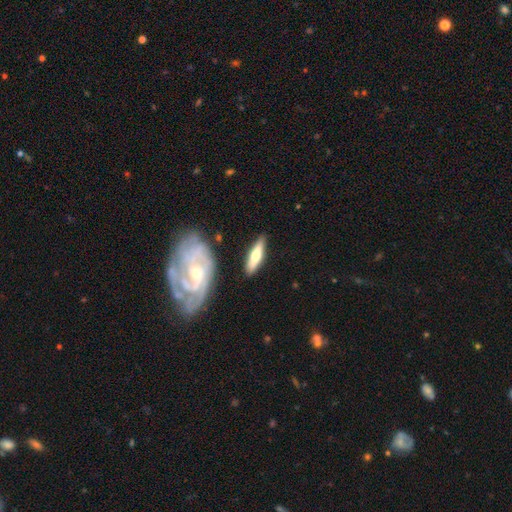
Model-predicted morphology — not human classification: smooth_or_featured: smooth (p=0.51) [alt: featured or disk p=0.43]
how_rounded: cigar-shaped (p=0.64) [alt: in between p=0.34]
merging: none (p=0.82) [alt: minor disturbance p=0.11]